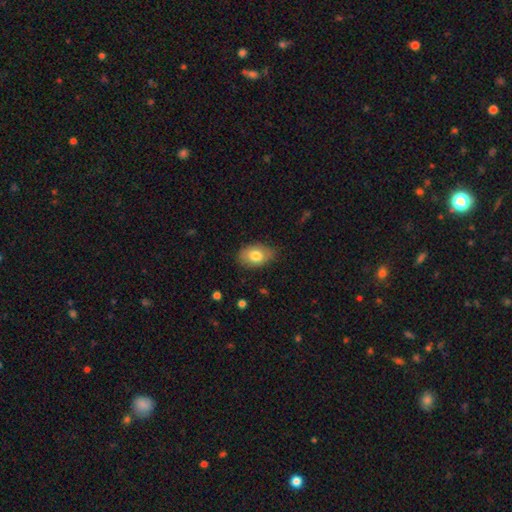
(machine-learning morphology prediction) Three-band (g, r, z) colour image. It shows a smooth galaxy with no disk features (78%) that is in between round and cigar-shaped (87%). Merging: none (78%).